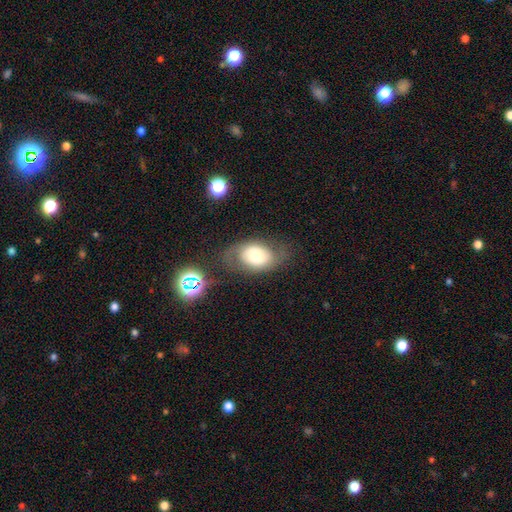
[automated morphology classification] Smooth or featured?
  - smooth: 54% *
  - featured or disk: 36%
  - star or artifact: 10%
How rounded?
  - in between: 76% *
  - round: 22%
  - cigar-shaped: 1%
Merging?
  - none: 62% *
  - minor disturbance: 21%
  - major disturbance: 13%
  - merger: 4%